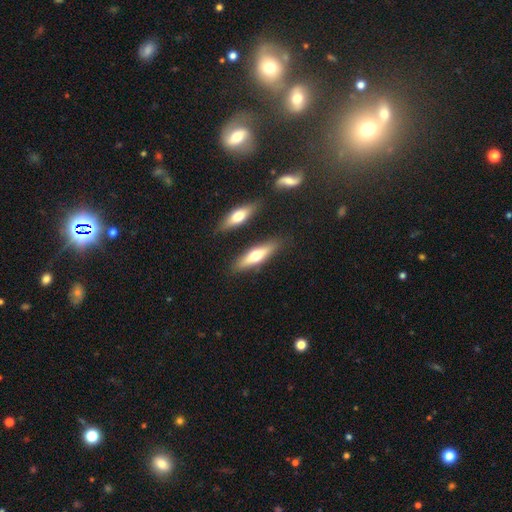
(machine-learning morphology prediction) This is possibly a smooth galaxy (57%). How rounded: likely cigar-shaped (64%). Merging: clearly none (81%).